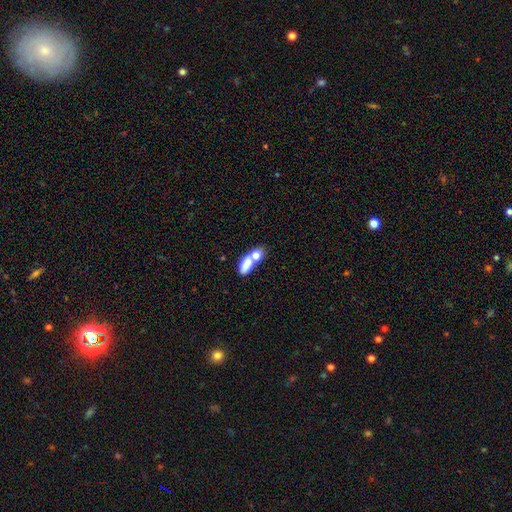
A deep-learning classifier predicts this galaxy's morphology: Q: Smooth or featured?
A: smooth (75%); runner-up: featured or disk (16%)
Q: How rounded?
A: in between (71%); runner-up: round (17%)
Q: Merging?
A: merger (57%); runner-up: none (29%)